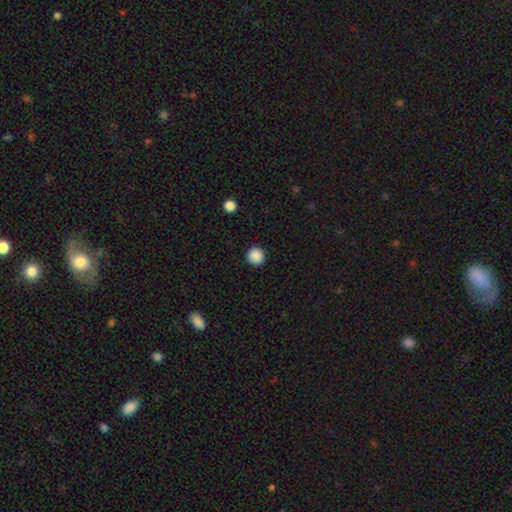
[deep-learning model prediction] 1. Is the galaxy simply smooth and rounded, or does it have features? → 88% smooth, 9% star or artifact, 2% featured or disk.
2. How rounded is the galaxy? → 95% round, 4% in between, 1% cigar-shaped.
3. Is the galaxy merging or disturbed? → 92% none, 5% minor disturbance, 2% major disturbance, 1% merger.